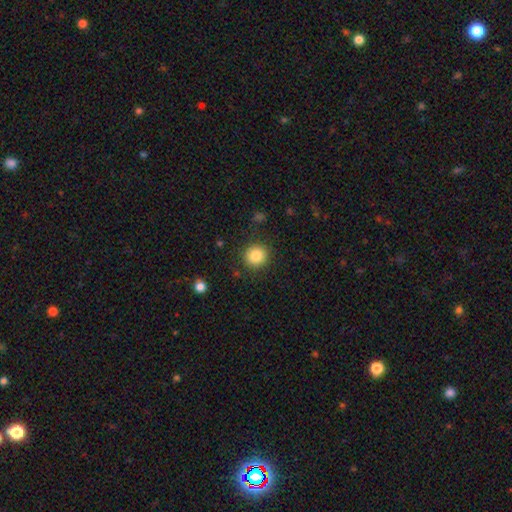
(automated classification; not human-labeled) Q: Smooth or featured?
A: smooth (85%); runner-up: star or artifact (10%)
Q: How rounded?
A: round (90%); runner-up: in between (9%)
Q: Merging?
A: none (88%); runner-up: minor disturbance (7%)